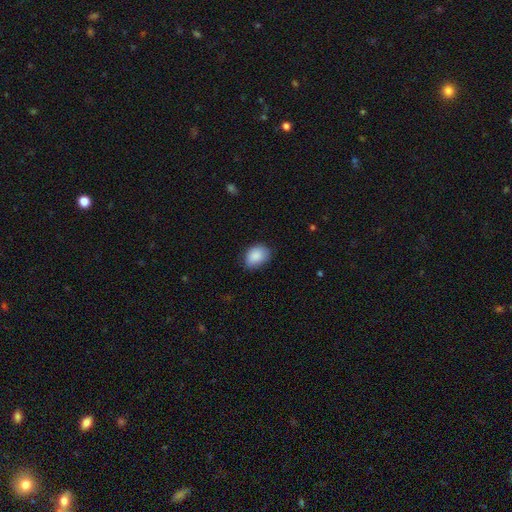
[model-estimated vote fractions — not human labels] A smooth galaxy with no disk features (89%) that is in between round and cigar-shaped (72%).

Vote fractions:
- Smooth or featured? smooth: 89% / star or artifact: 7% / featured or disk: 4%
- How rounded? in between: 72% / round: 27% / cigar-shaped: 1%
- Merging? none: 72% / minor disturbance: 23% / major disturbance: 4% / merger: 1%